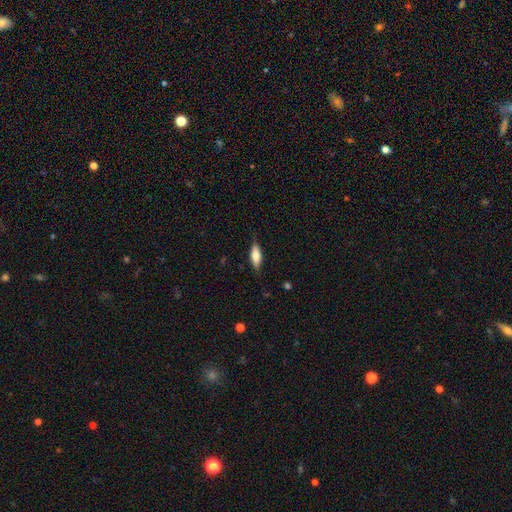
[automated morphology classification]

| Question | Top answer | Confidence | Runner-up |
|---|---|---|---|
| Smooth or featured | smooth | 69% | featured or disk (24%) |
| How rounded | in between | 65% | cigar-shaped (33%) |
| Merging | none | 81% | minor disturbance (15%) |